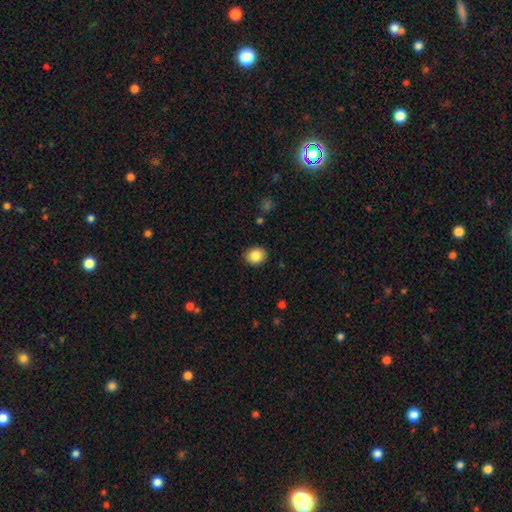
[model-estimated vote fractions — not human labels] Morphology: type=smooth (86%); roundness=round (70%); merging=none (88%).